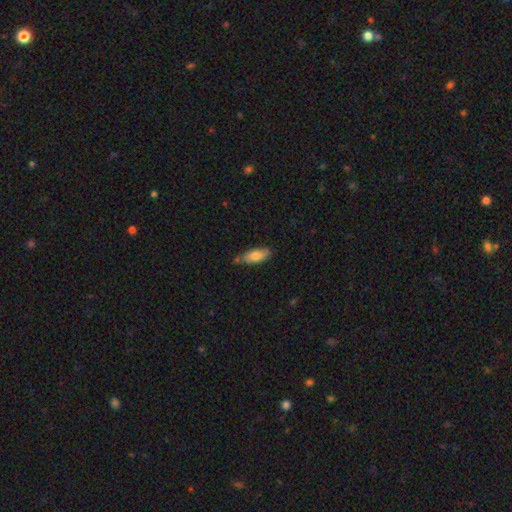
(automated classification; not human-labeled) Smooth or featured?
  - smooth: 76% *
  - featured or disk: 17%
  - star or artifact: 6%
How rounded?
  - in between: 80% *
  - cigar-shaped: 17%
  - round: 2%
Merging?
  - none: 68% *
  - minor disturbance: 22%
  - merger: 7%
  - major disturbance: 4%